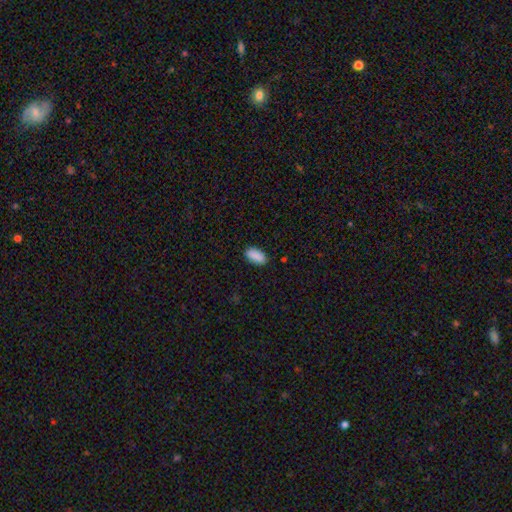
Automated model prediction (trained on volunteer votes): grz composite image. It shows a smooth galaxy with no disk features (90%) that is in between round and cigar-shaped (91%). Merging: none (87%).